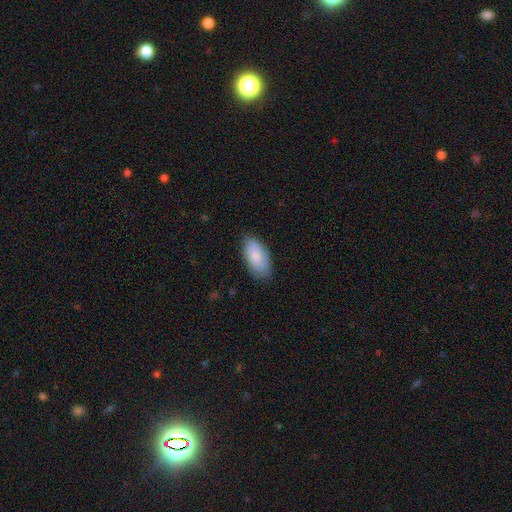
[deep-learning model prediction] A smooth galaxy with no disk features (81%) that is in between round and cigar-shaped (93%).

Vote fractions:
- Smooth or featured? smooth: 81% / featured or disk: 13% / star or artifact: 6%
- How rounded? in between: 93% / cigar-shaped: 4% / round: 2%
- Merging? none: 77% / minor disturbance: 18% / major disturbance: 3% / merger: 1%